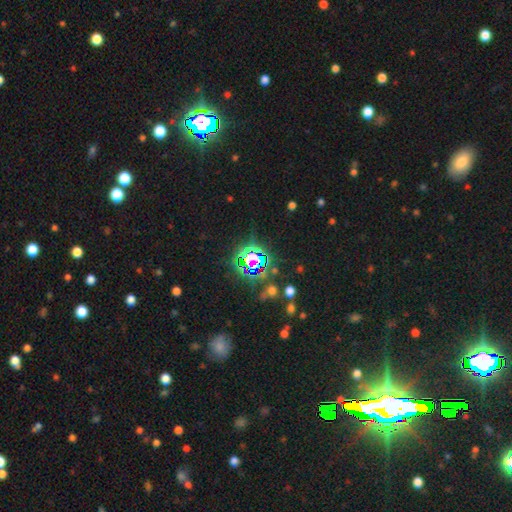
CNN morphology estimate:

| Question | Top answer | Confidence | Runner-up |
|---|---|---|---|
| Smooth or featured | star or artifact | 76% | smooth (14%) |